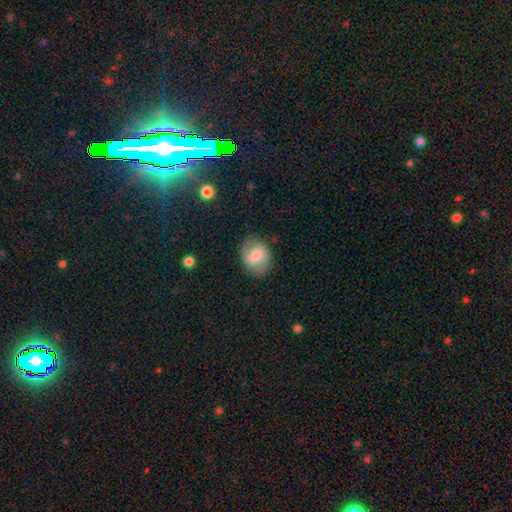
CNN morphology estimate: type=smooth (59%); roundness=in between (61%); merging=none (72%).